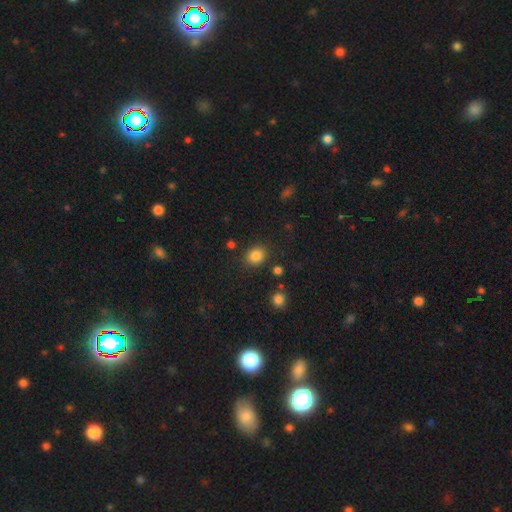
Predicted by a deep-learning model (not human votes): Smooth or featured? smooth (85%)
How rounded? round (61%)
Merging? none (84%)